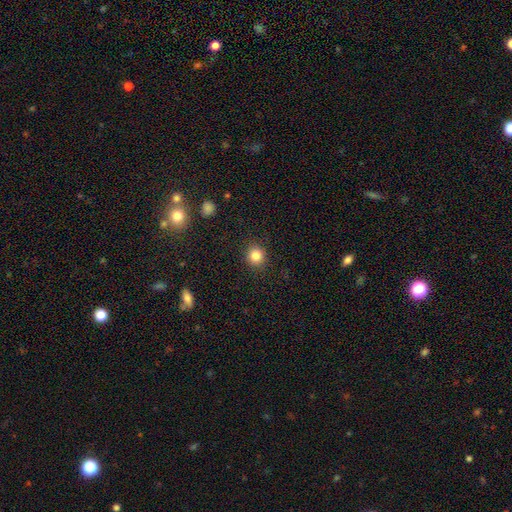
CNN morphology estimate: Smooth or featured? smooth (84%)
How rounded? round (86%)
Merging? none (90%)